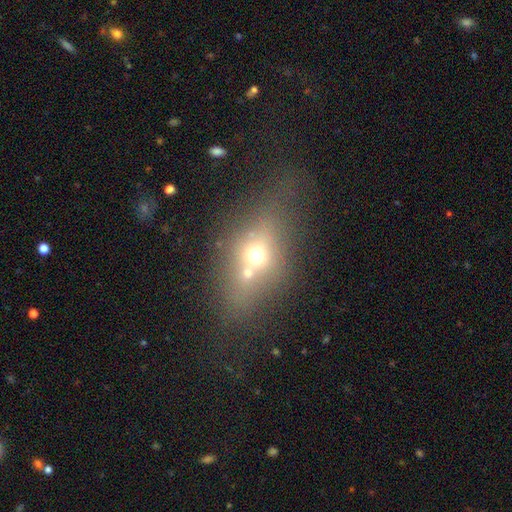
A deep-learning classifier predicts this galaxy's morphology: type=smooth (53%); roundness=in between (55%); merging=none (41%).